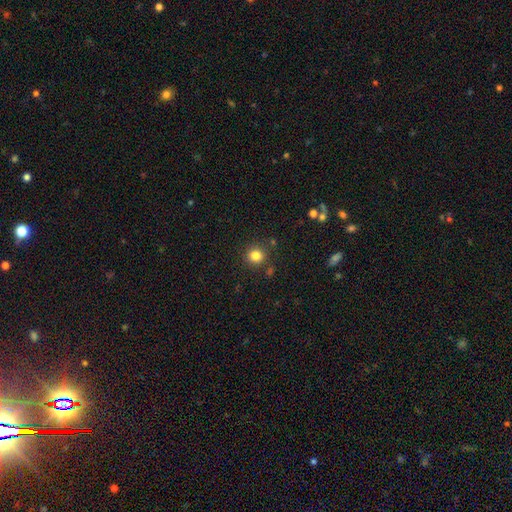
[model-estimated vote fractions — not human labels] smooth_or_featured: smooth (p=0.83) [alt: star or artifact p=0.12]
how_rounded: round (p=0.90) [alt: in between p=0.09]
merging: none (p=0.86) [alt: minor disturbance p=0.07]